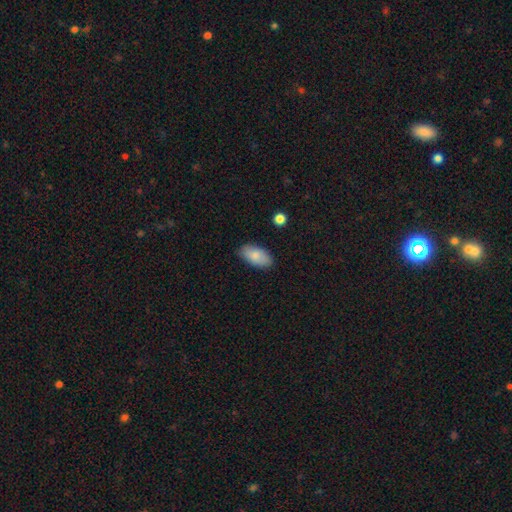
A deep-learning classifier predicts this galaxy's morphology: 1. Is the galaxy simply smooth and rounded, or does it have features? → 83% smooth, 11% featured or disk, 6% star or artifact.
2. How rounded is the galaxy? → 94% in between, 3% round, 3% cigar-shaped.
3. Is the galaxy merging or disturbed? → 84% none, 12% minor disturbance, 2% major disturbance, 1% merger.